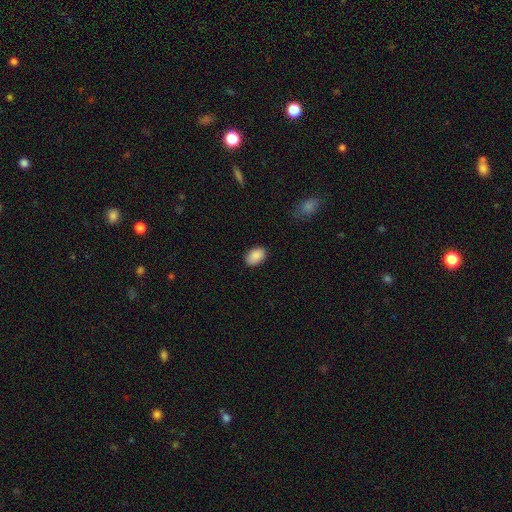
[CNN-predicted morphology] Smooth or featured? smooth (89%)
How rounded? in between (87%)
Merging? none (85%)